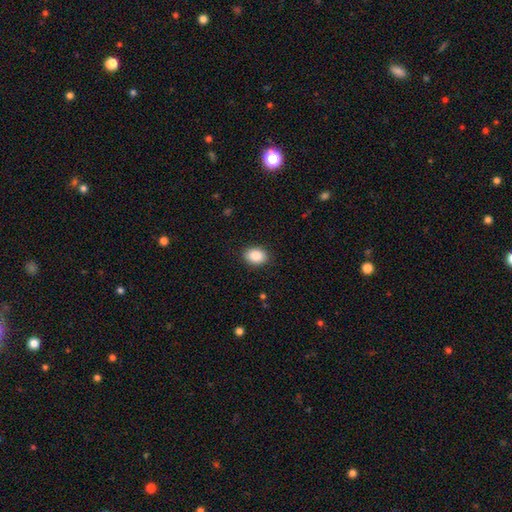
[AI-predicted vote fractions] smooth 88%, star or artifact 7%, featured or disk 4%. Down the decision tree: how rounded — in between (73%); merging — none (89%).